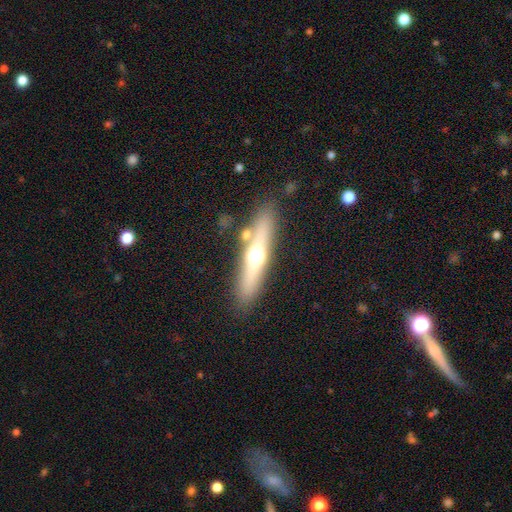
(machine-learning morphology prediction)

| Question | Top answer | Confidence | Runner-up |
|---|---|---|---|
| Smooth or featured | featured or disk | 56% | smooth (35%) |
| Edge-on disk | yes | 88% | no (12%) |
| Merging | none | 82% | minor disturbance (9%) |